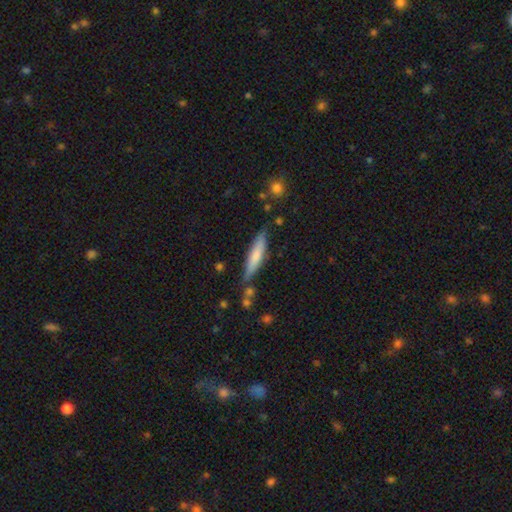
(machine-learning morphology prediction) Smooth or featured? smooth (62%)
How rounded? cigar-shaped (83%)
Merging? none (76%)